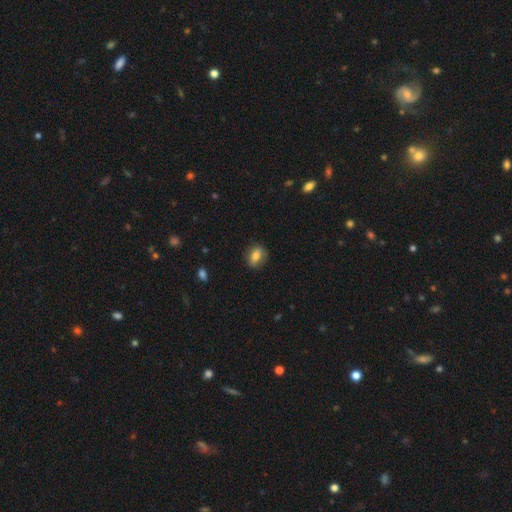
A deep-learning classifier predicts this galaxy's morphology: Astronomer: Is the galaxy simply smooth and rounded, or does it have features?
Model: smooth — 78%.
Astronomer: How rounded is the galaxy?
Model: in between — 67%.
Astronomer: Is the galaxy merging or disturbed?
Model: none — 82%.